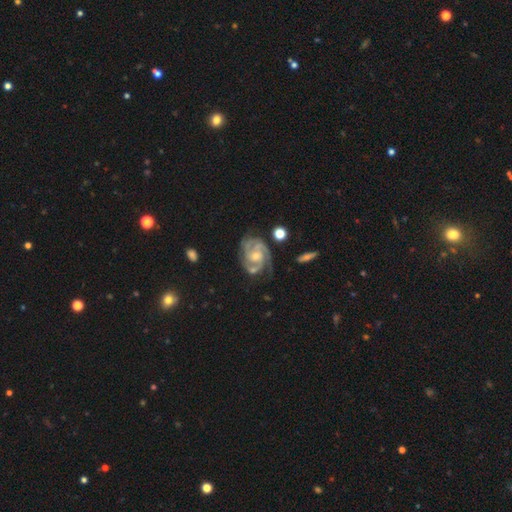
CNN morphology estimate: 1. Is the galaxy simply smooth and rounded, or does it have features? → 90% featured or disk, 5% star or artifact, 5% smooth.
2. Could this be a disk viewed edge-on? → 98% no, 2% yes.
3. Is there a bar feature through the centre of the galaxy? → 62% no, 29% weak, 8% strong.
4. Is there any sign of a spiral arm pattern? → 98% yes, 2% no.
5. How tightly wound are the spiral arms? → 62% tight, 33% medium, 5% loose.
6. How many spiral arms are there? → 42% 3, 32% 2, 10% can't tell, 8% 4, 4% 1, 4% more than 4.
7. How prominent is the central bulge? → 50% moderate, 45% small, 2% large, 2% none, 1% dominant.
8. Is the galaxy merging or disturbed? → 69% none, 19% minor disturbance, 7% major disturbance, 4% merger.